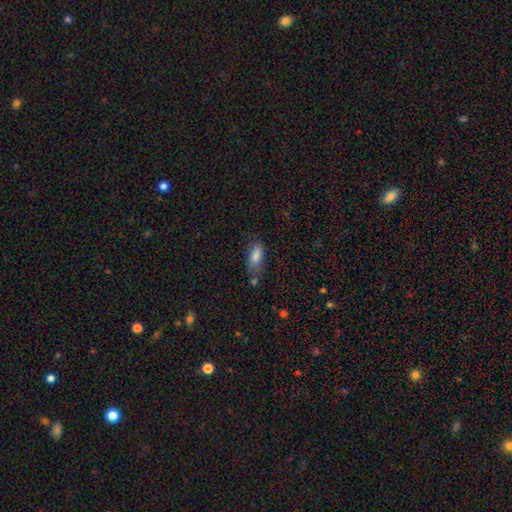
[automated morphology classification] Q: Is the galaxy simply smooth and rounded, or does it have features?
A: smooth — 81%.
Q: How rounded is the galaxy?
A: in between — 81%.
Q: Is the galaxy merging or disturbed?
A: none — 57%.